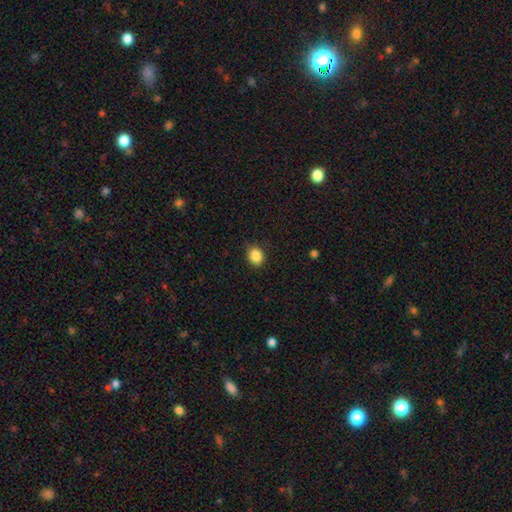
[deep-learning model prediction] Smooth or featured? Predicted: smooth (p=0.87). How rounded? Predicted: round (p=0.61). Merging? Predicted: none (p=0.83).